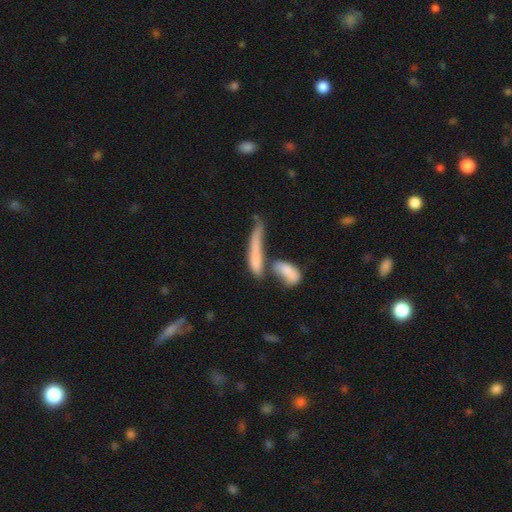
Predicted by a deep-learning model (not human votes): Smooth or featured: smooth — 59% (featured or disk — 31%)
How rounded: cigar-shaped — 82% (in between — 14%)
Merging: merger — 41% (none — 29%)